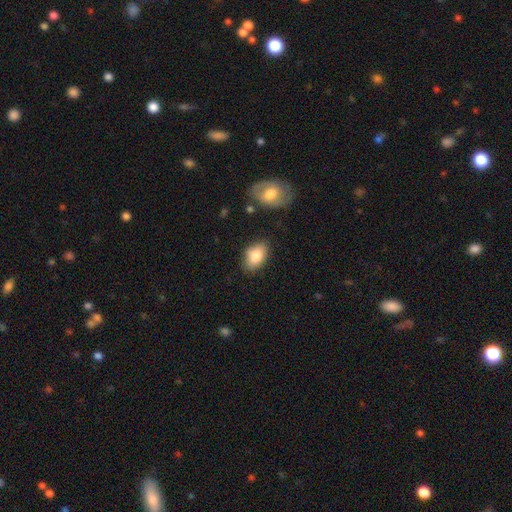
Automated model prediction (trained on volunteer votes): The model was most divided on "merging": none: 80%, minor disturbance: 14%, major disturbance: 3%, merger: 3%. More confident: how rounded — in between (89%); smooth or featured — smooth (84%).